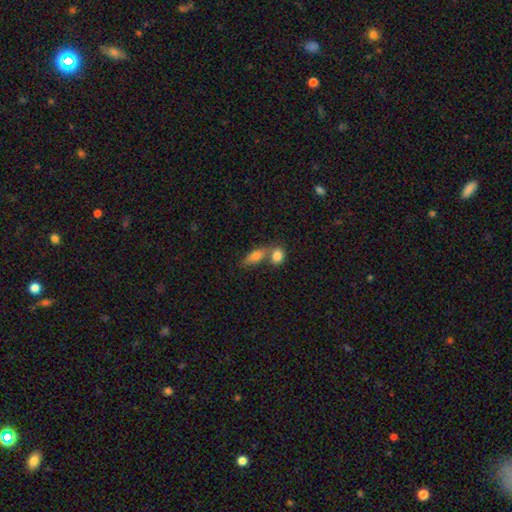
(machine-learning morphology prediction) Q: Smooth or featured?
A: smooth (78%); runner-up: featured or disk (14%)
Q: How rounded?
A: in between (75%); runner-up: cigar-shaped (15%)
Q: Merging?
A: merger (48%); runner-up: none (38%)